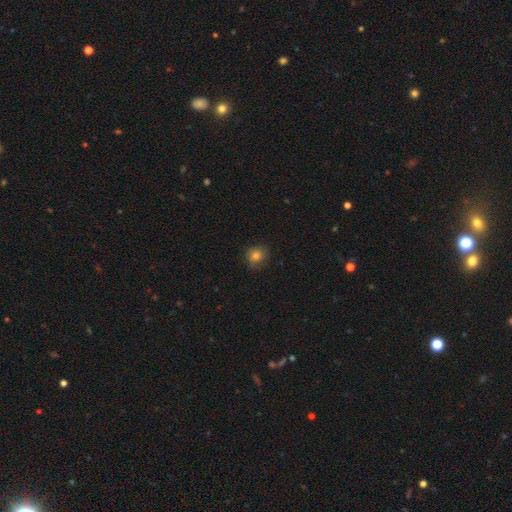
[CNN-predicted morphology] Smooth or featured?
  - smooth: 80% *
  - star or artifact: 13%
  - featured or disk: 8%
How rounded?
  - round: 79% *
  - in between: 20%
  - cigar-shaped: 1%
Merging?
  - none: 82% *
  - minor disturbance: 14%
  - major disturbance: 3%
  - merger: 1%